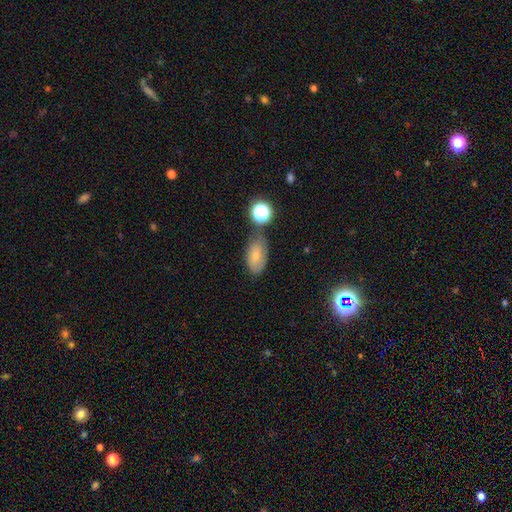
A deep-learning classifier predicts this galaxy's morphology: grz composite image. It shows a smooth galaxy with no disk features (70%) that is in between round and cigar-shaped (90%). Merging: none (61%).